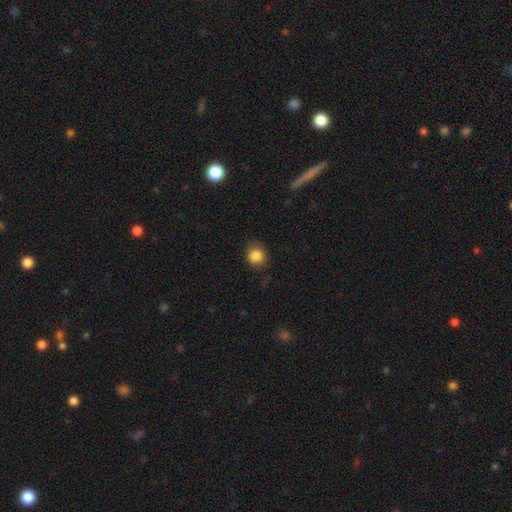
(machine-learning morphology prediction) The model was most divided on "how rounded": round: 79%, in between: 20%, cigar-shaped: 1%. More confident: smooth or featured — smooth (86%); merging — none (77%).